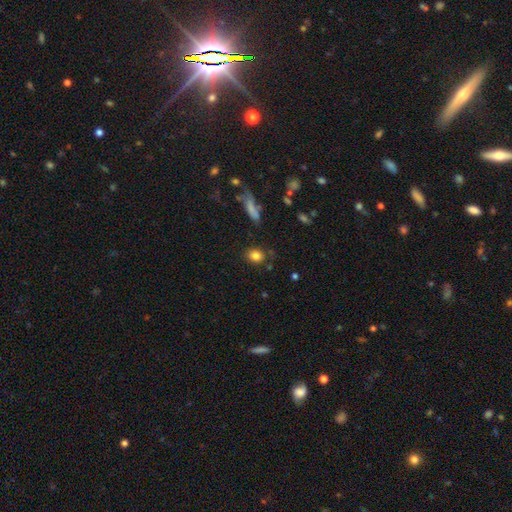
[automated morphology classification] The model was most divided on "how rounded": round: 52%, in between: 46%, cigar-shaped: 2%. More confident: smooth or featured — smooth (83%); merging — none (81%).